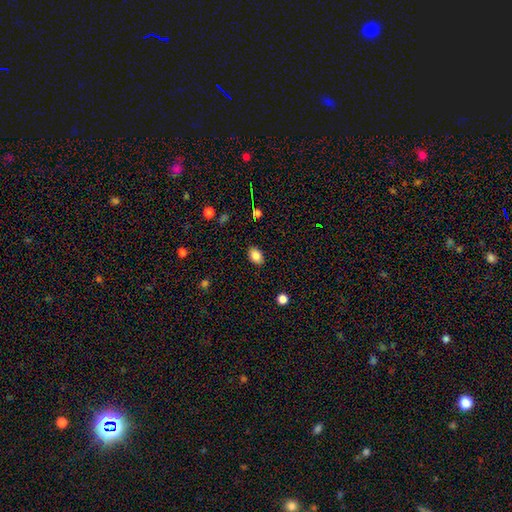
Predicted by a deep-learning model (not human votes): smooth_or_featured: smooth (p=0.85) [alt: star or artifact p=0.09]
how_rounded: in between (p=0.81) [alt: round p=0.18]
merging: none (p=0.87) [alt: minor disturbance p=0.09]